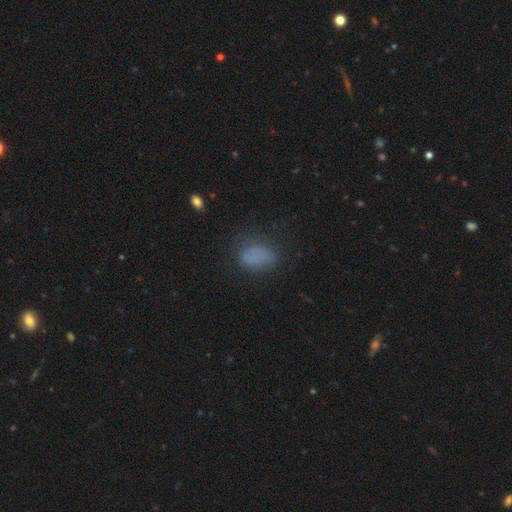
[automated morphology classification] Overall: smooth (71%). How rounded: in between (74%). Merging: none (60%; minor disturbance 23%).